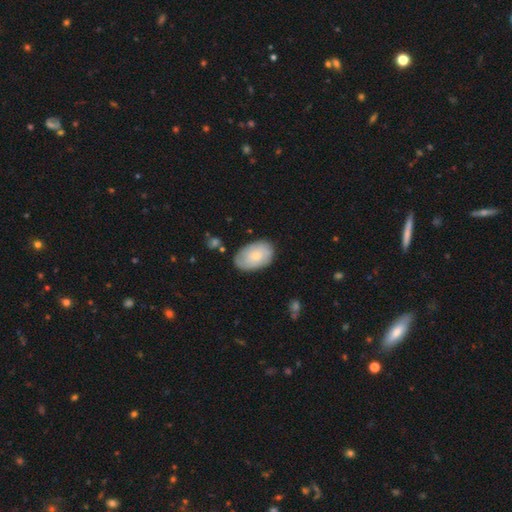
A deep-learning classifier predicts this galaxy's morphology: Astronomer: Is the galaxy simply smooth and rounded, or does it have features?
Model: smooth — 67%.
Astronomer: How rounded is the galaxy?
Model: in between — 90%.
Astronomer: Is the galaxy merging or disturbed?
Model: none — 75%.